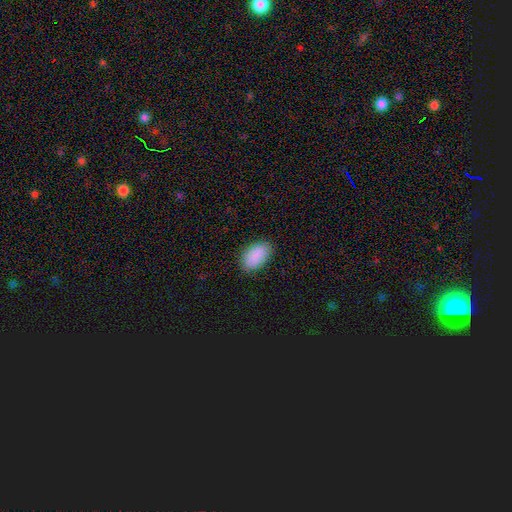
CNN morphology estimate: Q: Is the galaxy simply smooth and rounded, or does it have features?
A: smooth — 90%.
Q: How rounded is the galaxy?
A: in between — 94%.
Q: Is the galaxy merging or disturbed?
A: none — 85%.